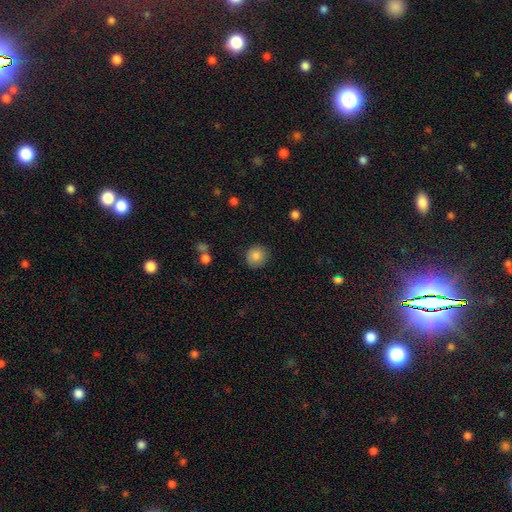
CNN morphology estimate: type=smooth (85%); roundness=round (85%); merging=none (88%).